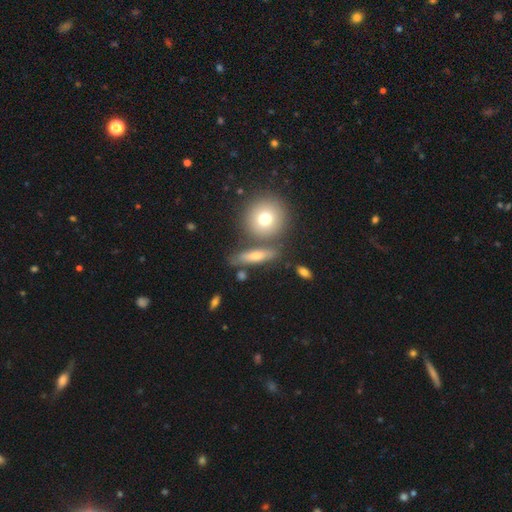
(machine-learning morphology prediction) This appears to be a smooth galaxy with no disk features (55%) that is cigar-shaped (50%). Merging: none (71%).